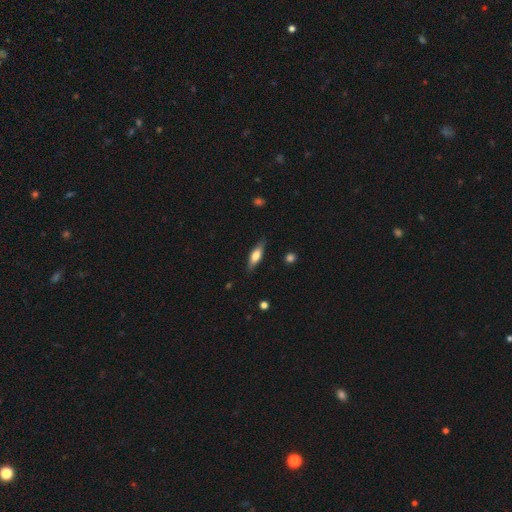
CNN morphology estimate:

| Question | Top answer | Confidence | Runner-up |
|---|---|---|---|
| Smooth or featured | smooth | 64% | featured or disk (30%) |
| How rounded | in between | 52% | cigar-shaped (46%) |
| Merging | none | 83% | minor disturbance (13%) |